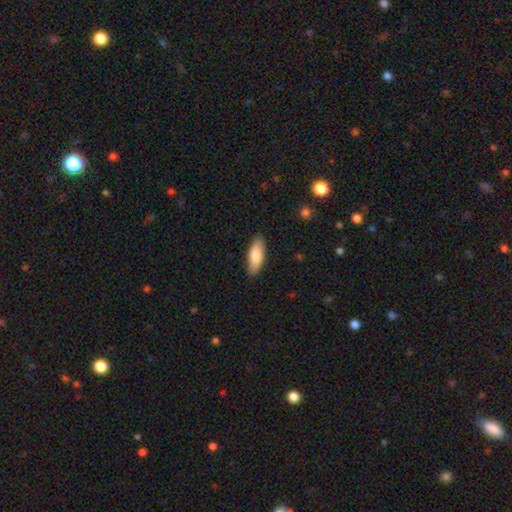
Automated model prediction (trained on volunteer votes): smooth_or_featured: smooth (p=0.82) [alt: featured or disk p=0.12]
how_rounded: in between (p=0.72) [alt: cigar-shaped p=0.26]
merging: none (p=0.87) [alt: minor disturbance p=0.10]